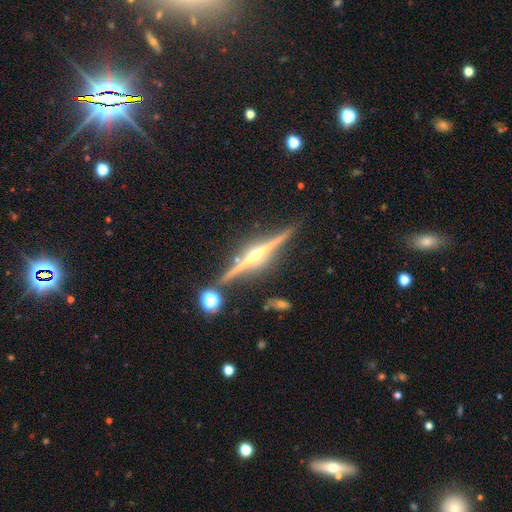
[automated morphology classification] Q: Smooth or featured?
A: featured or disk (86%); runner-up: smooth (7%)
Q: Edge-on disk?
A: yes (98%); runner-up: no (2%)
Q: Edge-on bulge?
A: rounded (88%); runner-up: none (7%)
Q: Merging?
A: none (87%); runner-up: minor disturbance (8%)